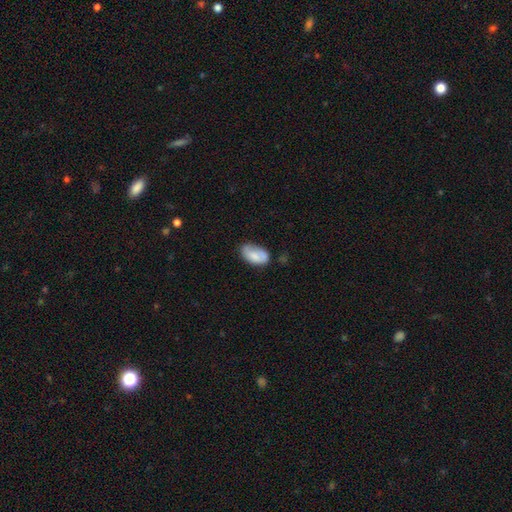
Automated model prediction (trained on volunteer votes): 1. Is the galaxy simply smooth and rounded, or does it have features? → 72% smooth, 21% featured or disk, 7% star or artifact.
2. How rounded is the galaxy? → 94% in between, 4% round, 2% cigar-shaped.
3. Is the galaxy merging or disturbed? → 56% none, 31% minor disturbance, 9% major disturbance, 4% merger.